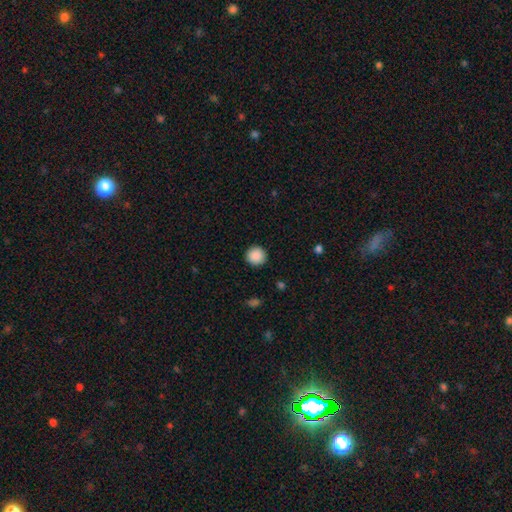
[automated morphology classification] This is clearly a smooth galaxy (90%). How rounded: clearly round (94%). Merging: clearly none (91%).